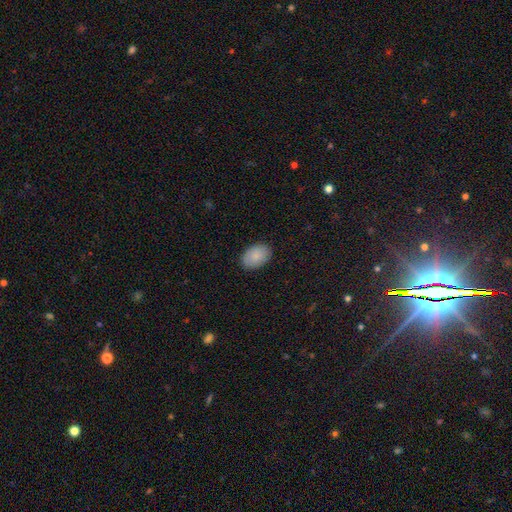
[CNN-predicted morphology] Overall: smooth (87%). How rounded: in between (85%). Merging: none (87%).